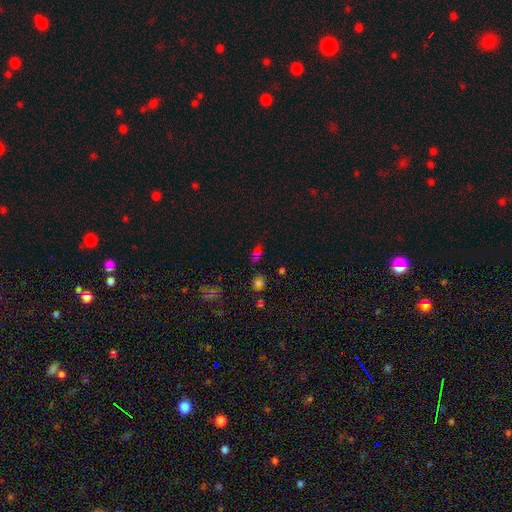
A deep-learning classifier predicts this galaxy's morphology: A star or artifact, not a galaxy (47%).